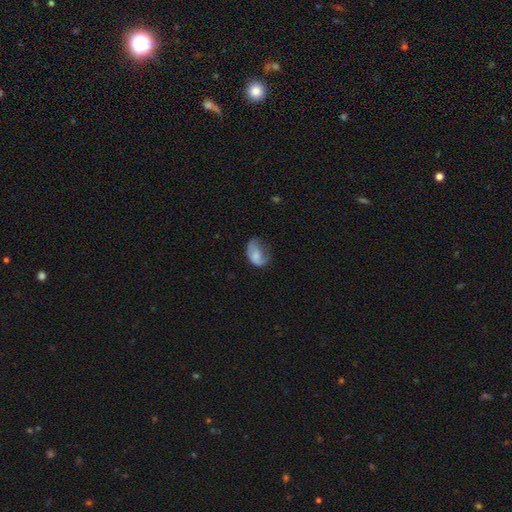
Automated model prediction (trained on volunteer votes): smooth-or-featured: smooth: 64% | featured or disk: 28% | star or artifact: 8%
  how-rounded: in between: 84% | round: 14% | cigar-shaped: 1%
  merging: major disturbance: 36% | minor disturbance: 33% | none: 28% | merger: 2%